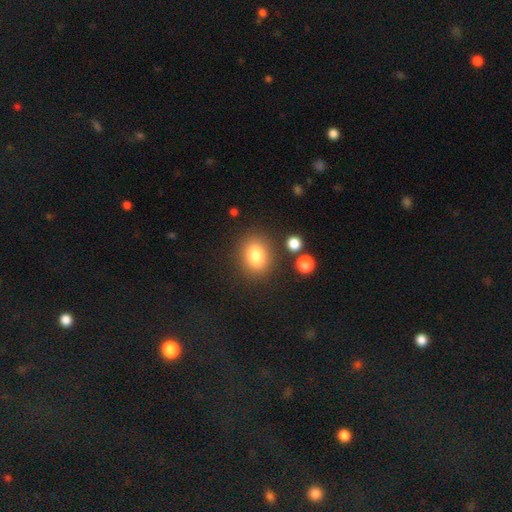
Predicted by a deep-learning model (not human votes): This appears to be a smooth galaxy with no disk features (81%) that is in between round and cigar-shaped (56%). Merging: none (82%).